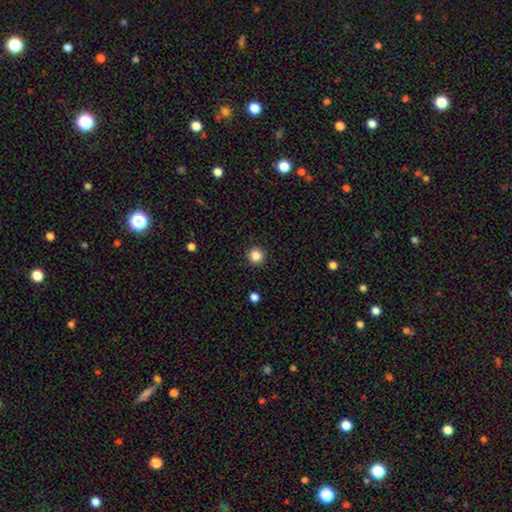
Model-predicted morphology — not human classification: smooth-or-featured: smooth: 85% | star or artifact: 11% | featured or disk: 4%
  how-rounded: round: 95% | in between: 4% | cigar-shaped: 1%
  merging: none: 92% | minor disturbance: 5% | major disturbance: 2% | merger: 1%